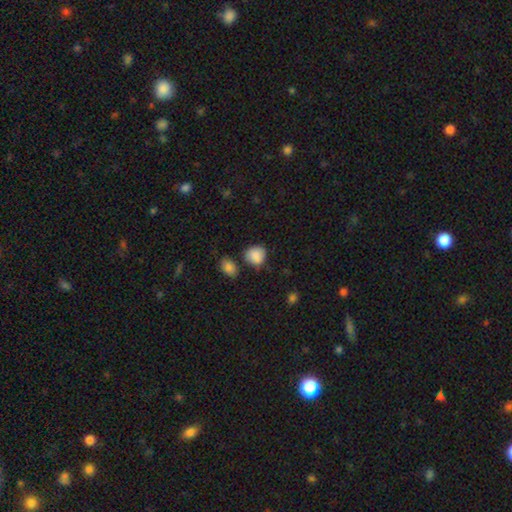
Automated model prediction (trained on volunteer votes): Smooth or featured? smooth (86%)
How rounded? round (74%)
Merging? none (69%)